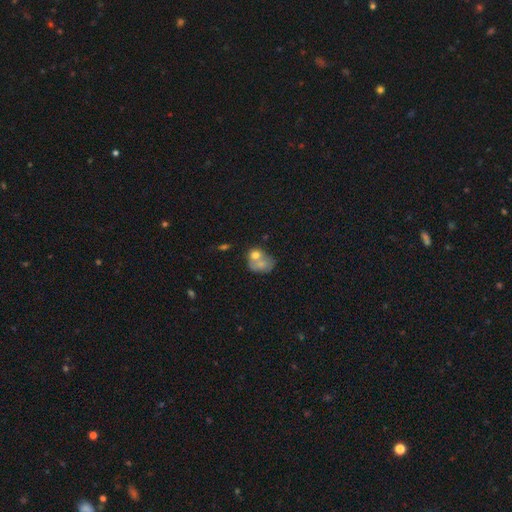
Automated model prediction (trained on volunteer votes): A smooth galaxy with no disk features (68%) that is in between round and cigar-shaped (51%).

Vote fractions:
- Smooth or featured? smooth: 68% / featured or disk: 23% / star or artifact: 9%
- How rounded? in between: 51% / round: 48% / cigar-shaped: 1%
- Merging? merger: 58% / none: 24% / minor disturbance: 11% / major disturbance: 7%